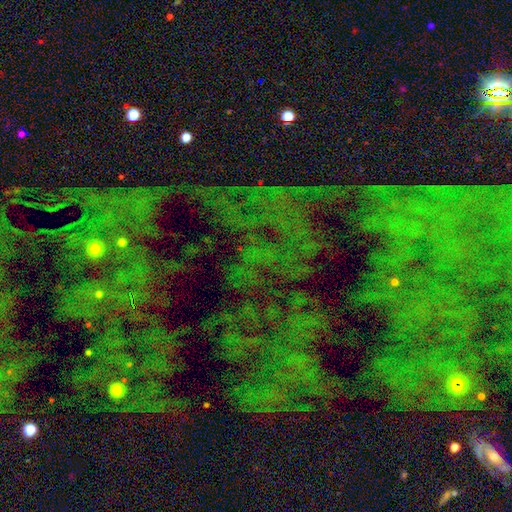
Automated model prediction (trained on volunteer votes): A star or artifact, not a galaxy (82%).

Vote fractions:
- Smooth or featured? star or artifact: 82% / featured or disk: 9% / smooth: 9%